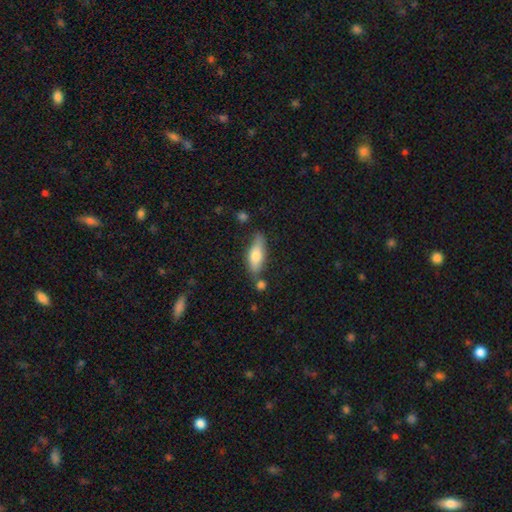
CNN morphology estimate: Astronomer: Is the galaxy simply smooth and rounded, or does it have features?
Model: smooth — 71%.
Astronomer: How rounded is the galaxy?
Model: in between — 60% (runner-up: cigar-shaped, 38%).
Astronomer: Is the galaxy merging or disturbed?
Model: none — 68%.